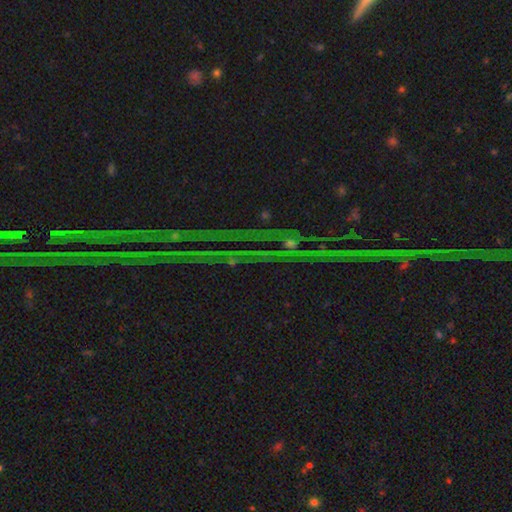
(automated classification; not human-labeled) star or artifact 85%, featured or disk 9%, smooth 6%.